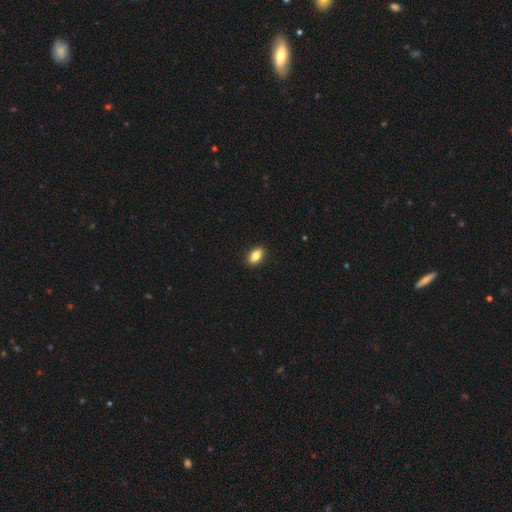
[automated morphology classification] Q: Smooth or featured?
A: smooth (84%); runner-up: star or artifact (8%)
Q: How rounded?
A: in between (86%); runner-up: round (12%)
Q: Merging?
A: none (91%); runner-up: minor disturbance (7%)